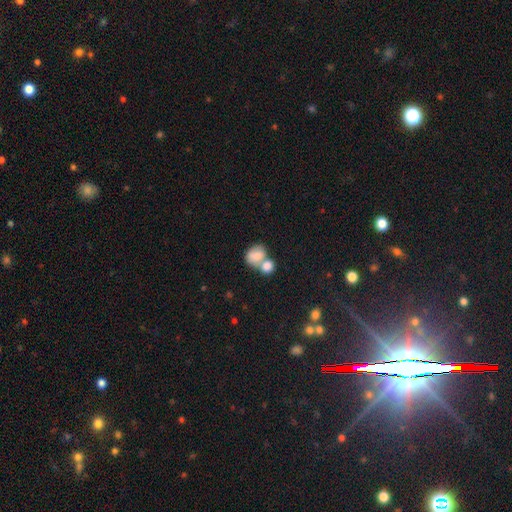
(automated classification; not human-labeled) Q: Smooth or featured?
A: smooth (78%); runner-up: featured or disk (15%)
Q: How rounded?
A: in between (55%); runner-up: round (44%)
Q: Merging?
A: merger (64%); runner-up: none (23%)